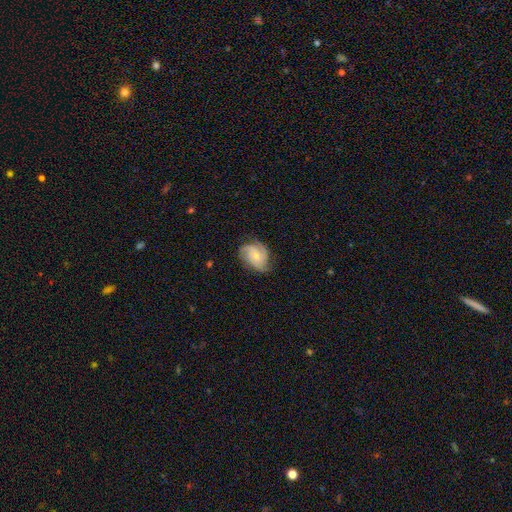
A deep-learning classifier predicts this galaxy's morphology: Smooth or featured: featured or disk — 69% (smooth — 23%)
Edge-on disk: no — 98% (yes — 2%)
Bar: no — 75% (weak — 21%)
Spiral arms: yes — 94% (no — 6%)
Spiral winding: medium — 44% (tight — 37%)
Spiral arm count: 3 — 52% (2 — 16%)
Bulge size: small — 63% (moderate — 31%)
Merging: none — 66% (minor disturbance — 25%)